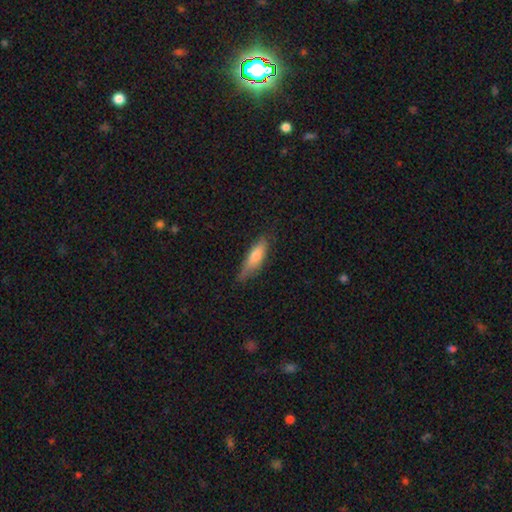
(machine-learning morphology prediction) The model was most divided on "how rounded": cigar-shaped: 63%, in between: 35%, round: 2%. More confident: merging — none (74%); smooth or featured — smooth (67%).